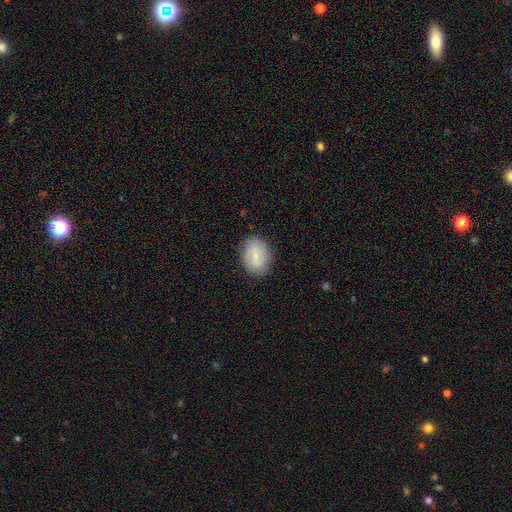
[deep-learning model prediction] smooth-or-featured: smooth: 66% | featured or disk: 27% | star or artifact: 7%
  how-rounded: in between: 65% | round: 34% | cigar-shaped: 1%
  merging: none: 83% | minor disturbance: 13% | major disturbance: 3% | merger: 1%